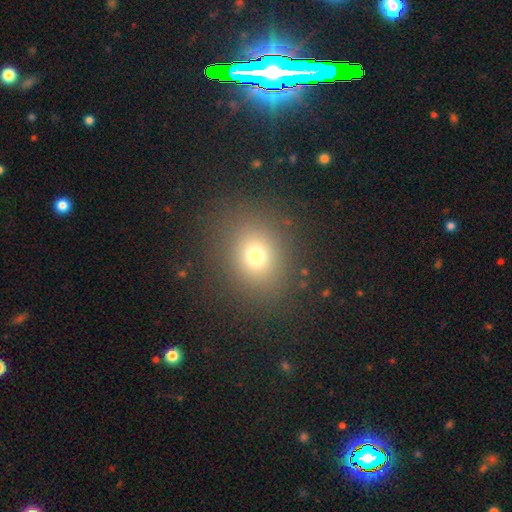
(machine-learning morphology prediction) Q: Smooth or featured?
A: smooth (72%); runner-up: star or artifact (18%)
Q: How rounded?
A: round (67%); runner-up: in between (32%)
Q: Merging?
A: none (85%); runner-up: minor disturbance (8%)